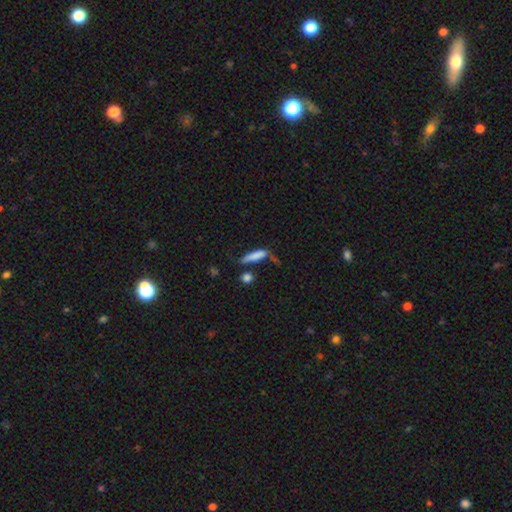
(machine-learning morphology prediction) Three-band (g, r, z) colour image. It shows a smooth galaxy with no disk features (76%) that is cigar-shaped (74%). Merging: none (49%).